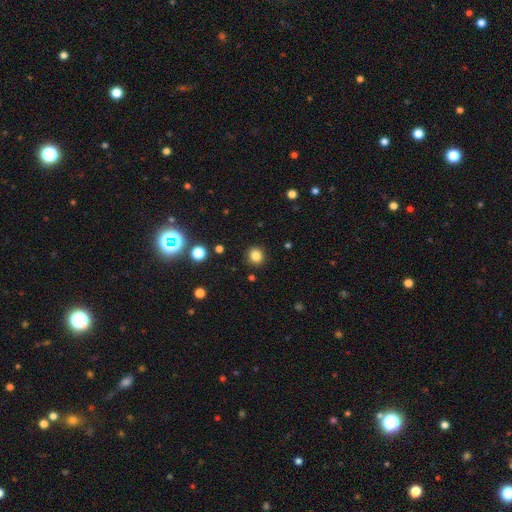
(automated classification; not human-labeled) A smooth galaxy with no disk features (83%) that is round (87%).

Vote fractions:
- Smooth or featured? smooth: 83% / star or artifact: 13% / featured or disk: 4%
- How rounded? round: 87% / in between: 12% / cigar-shaped: 1%
- Merging? none: 90% / minor disturbance: 6% / major disturbance: 2% / merger: 1%